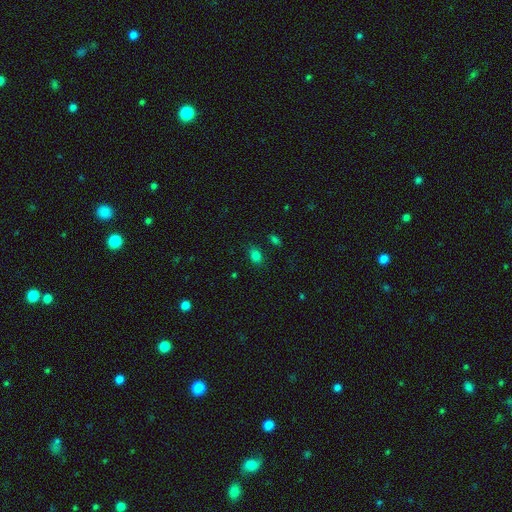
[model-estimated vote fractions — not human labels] Q: Smooth or featured?
A: smooth (80%); runner-up: star or artifact (15%)
Q: How rounded?
A: in between (70%); runner-up: round (28%)
Q: Merging?
A: none (82%); runner-up: minor disturbance (12%)